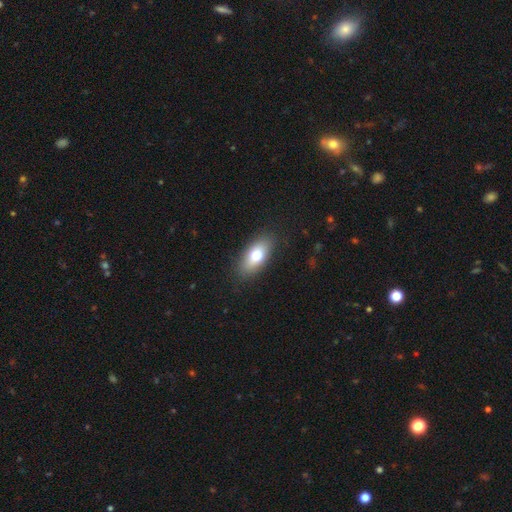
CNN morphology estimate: A smooth galaxy with no disk features (73%) that is in between round and cigar-shaped (84%).

Vote fractions:
- Smooth or featured? smooth: 73% / featured or disk: 19% / star or artifact: 7%
- How rounded? in between: 84% / cigar-shaped: 12% / round: 5%
- Merging? none: 87% / minor disturbance: 10% / major disturbance: 3% / merger: 1%